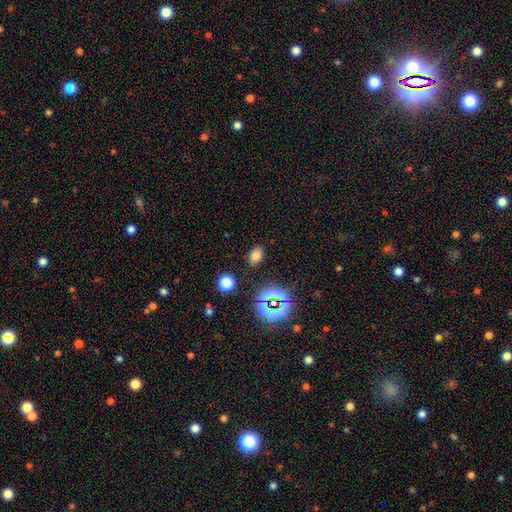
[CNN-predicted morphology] This is likely a smooth galaxy (69%). How rounded: clearly in between (83%). Merging: clearly none (84%).